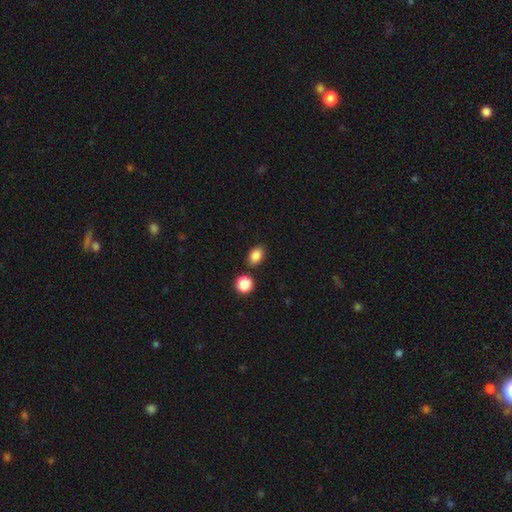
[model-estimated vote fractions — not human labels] A smooth galaxy with no disk features (85%) that is in between round and cigar-shaped (79%).

Vote fractions:
- Smooth or featured? smooth: 85% / star or artifact: 10% / featured or disk: 5%
- How rounded? in between: 79% / round: 20% / cigar-shaped: 1%
- Merging? none: 82% / minor disturbance: 10% / merger: 6% / major disturbance: 2%